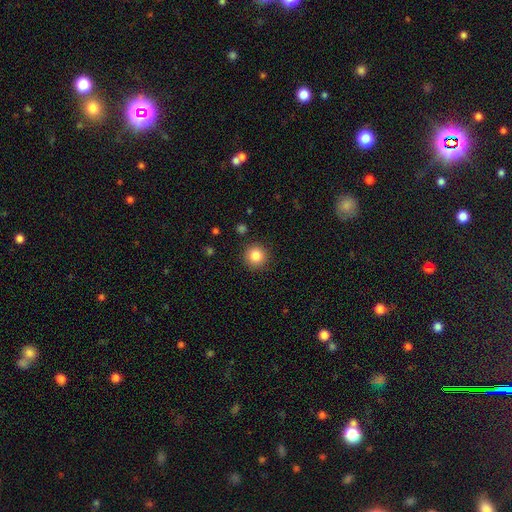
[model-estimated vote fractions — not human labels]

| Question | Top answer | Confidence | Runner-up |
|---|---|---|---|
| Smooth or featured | smooth | 84% | star or artifact (10%) |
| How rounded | round | 95% | in between (4%) |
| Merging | none | 91% | minor disturbance (6%) |